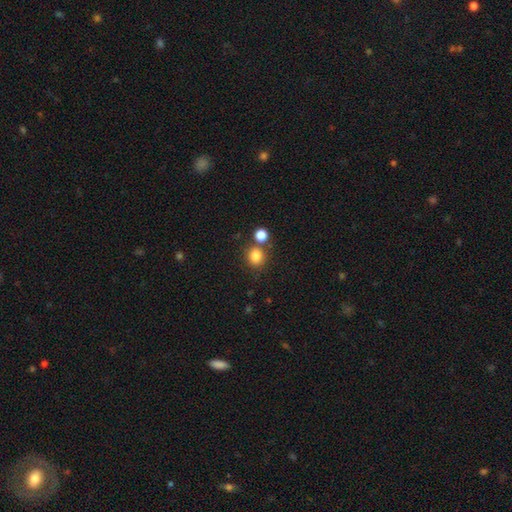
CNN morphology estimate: Smooth or featured? smooth (83%)
How rounded? round (79%)
Merging? none (69%)